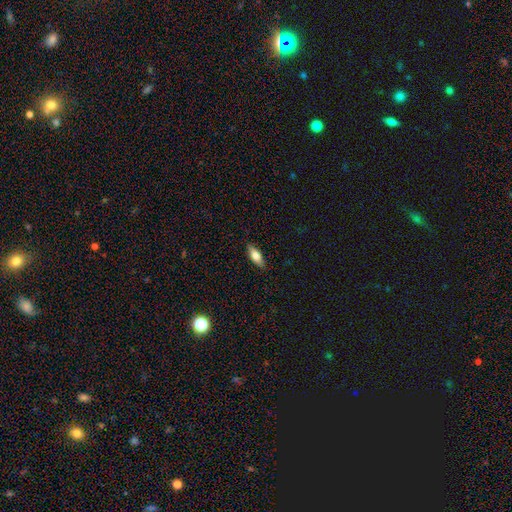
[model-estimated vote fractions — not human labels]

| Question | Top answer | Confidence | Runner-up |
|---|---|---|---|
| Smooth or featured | smooth | 71% | featured or disk (22%) |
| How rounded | in between | 72% | cigar-shaped (25%) |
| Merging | none | 87% | minor disturbance (10%) |